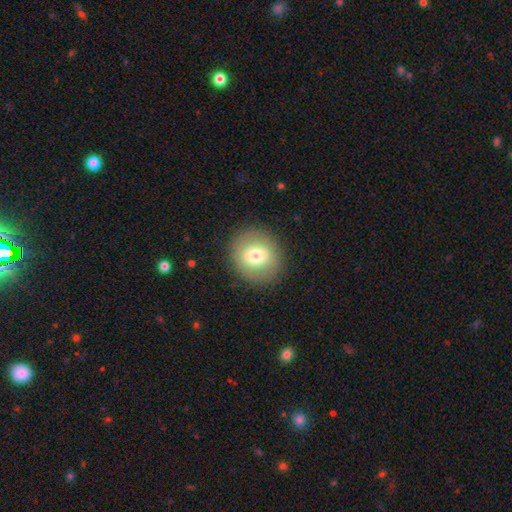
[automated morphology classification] smooth-or-featured: smooth: 66% | featured or disk: 25% | star or artifact: 9%
  how-rounded: round: 84% | in between: 15% | cigar-shaped: 1%
  merging: none: 88% | minor disturbance: 8% | major disturbance: 4% | merger: 1%